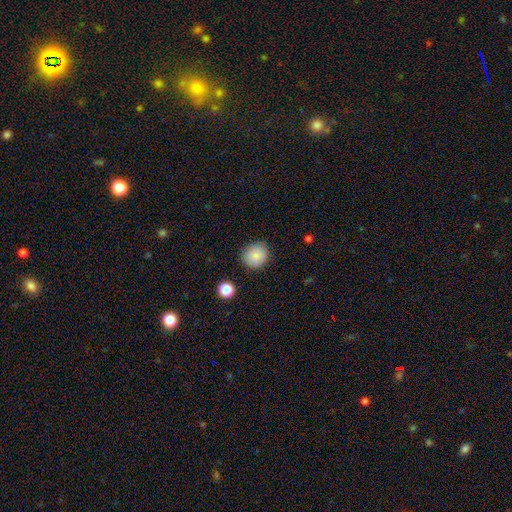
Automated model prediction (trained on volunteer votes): This appears to be a smooth galaxy with no disk features (85%) that is round (83%). Merging: none (86%).